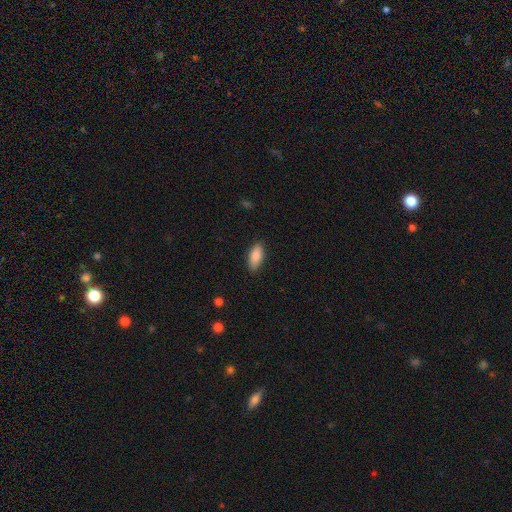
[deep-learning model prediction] Smooth or featured? smooth (87%)
How rounded? in between (84%)
Merging? none (86%)